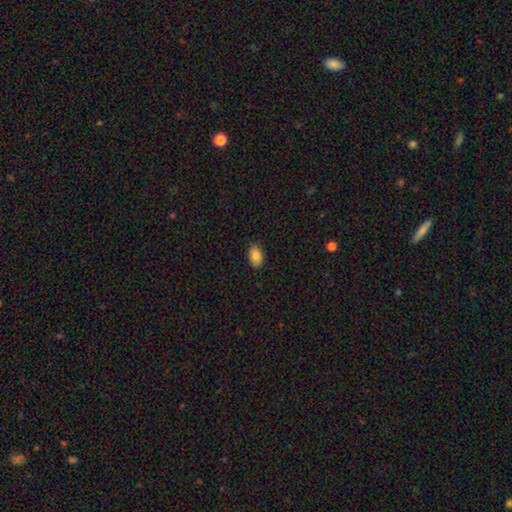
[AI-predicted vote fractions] smooth 85%, star or artifact 8%, featured or disk 7%. Down the decision tree: how rounded — in between (91%); merging — none (85%).